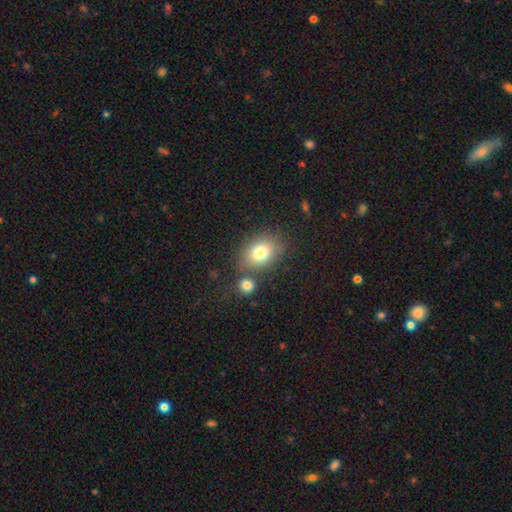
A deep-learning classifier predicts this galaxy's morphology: Smooth or featured?
  - smooth: 77% *
  - star or artifact: 12%
  - featured or disk: 11%
How rounded?
  - in between: 66% *
  - round: 33%
  - cigar-shaped: 1%
Merging?
  - none: 68% *
  - merger: 15%
  - minor disturbance: 13%
  - major disturbance: 4%